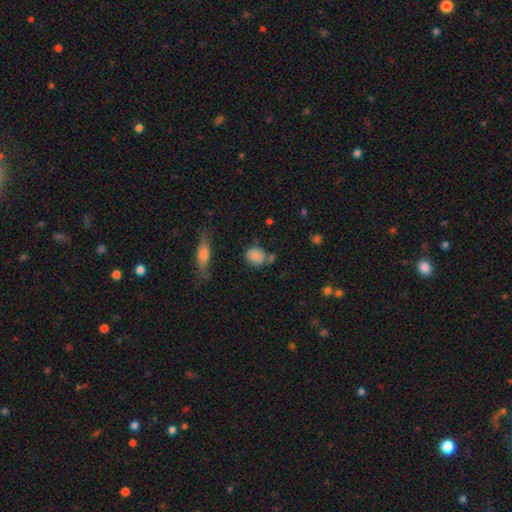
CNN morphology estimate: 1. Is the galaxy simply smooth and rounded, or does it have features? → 82% smooth, 10% star or artifact, 9% featured or disk.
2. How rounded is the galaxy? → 65% round, 33% in between, 2% cigar-shaped.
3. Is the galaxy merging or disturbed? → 63% none, 19% minor disturbance, 12% merger, 5% major disturbance.